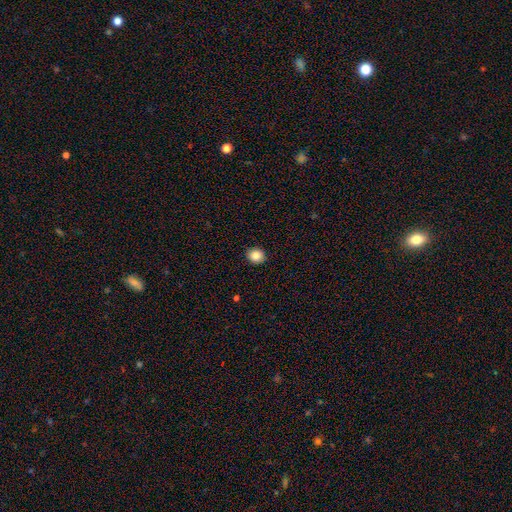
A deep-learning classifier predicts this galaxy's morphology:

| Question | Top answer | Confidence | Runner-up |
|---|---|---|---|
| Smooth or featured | smooth | 87% | star or artifact (9%) |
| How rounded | round | 80% | in between (19%) |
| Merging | none | 92% | minor disturbance (6%) |